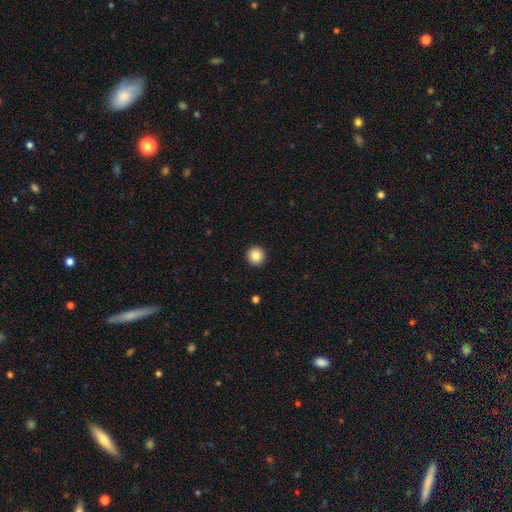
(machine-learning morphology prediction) Overall: smooth (84%). How rounded: round (96%). Merging: none (94%).